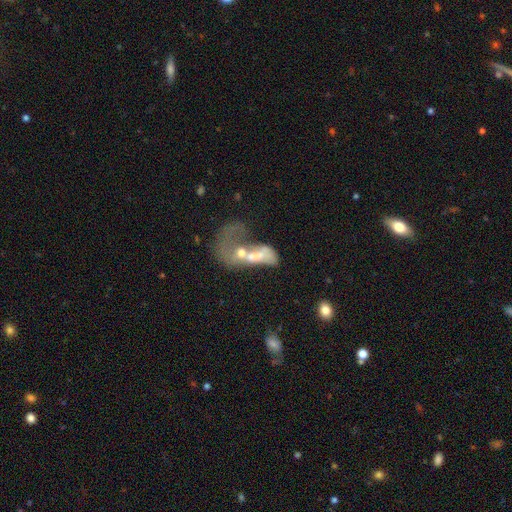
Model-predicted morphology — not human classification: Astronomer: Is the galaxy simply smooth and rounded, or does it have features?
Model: featured or disk — 50% (runner-up: smooth, 39%).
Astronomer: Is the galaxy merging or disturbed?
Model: merger — 50% (runner-up: major disturbance, 35%).